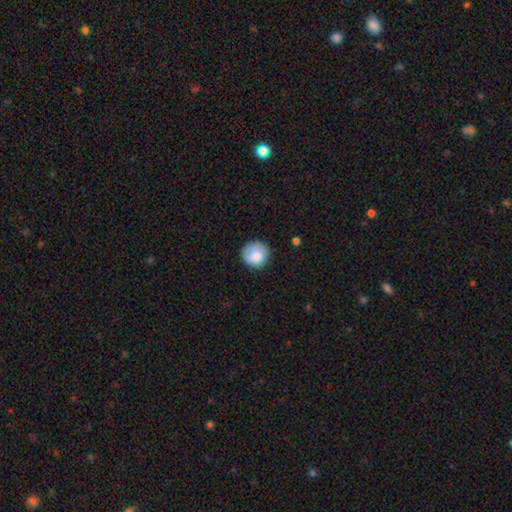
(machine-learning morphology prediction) type=smooth (85%); roundness=round (91%); merging=none (80%).